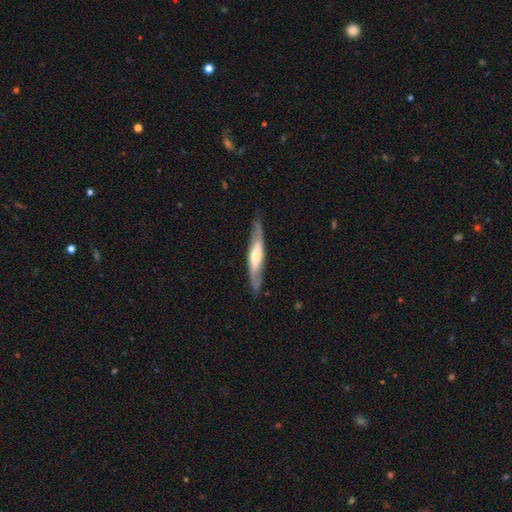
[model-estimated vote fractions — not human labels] A featured or disk galaxy (62%) viewed edge-on (64%).

Vote fractions:
- Smooth or featured? featured or disk: 62% / smooth: 34% / star or artifact: 5%
- Edge-on disk? yes: 64% / no: 36%
- Merging? none: 81% / minor disturbance: 14% / major disturbance: 4% / merger: 1%